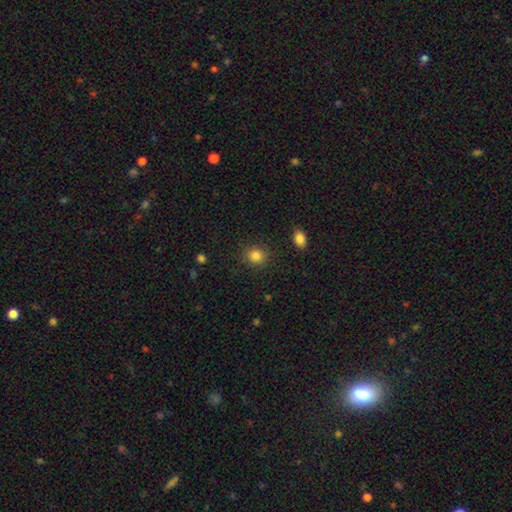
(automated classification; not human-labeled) smooth-or-featured: smooth: 85% | star or artifact: 11% | featured or disk: 4%
  how-rounded: round: 81% | in between: 18% | cigar-shaped: 1%
  merging: none: 87% | minor disturbance: 8% | major disturbance: 3% | merger: 2%